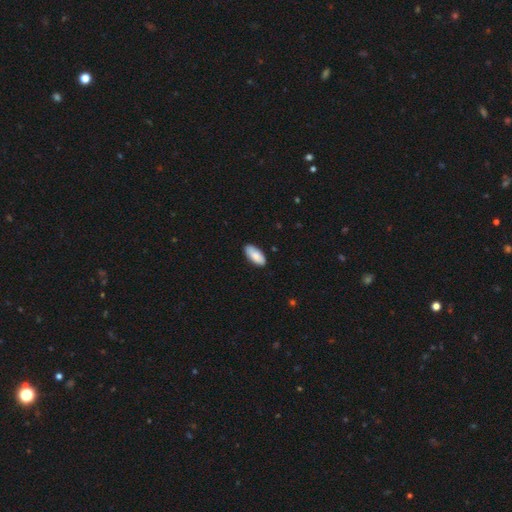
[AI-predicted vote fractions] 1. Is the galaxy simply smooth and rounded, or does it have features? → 84% smooth, 10% featured or disk, 6% star or artifact.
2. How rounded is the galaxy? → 90% in between, 8% cigar-shaped, 2% round.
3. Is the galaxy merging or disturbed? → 83% none, 14% minor disturbance, 2% major disturbance, 1% merger.